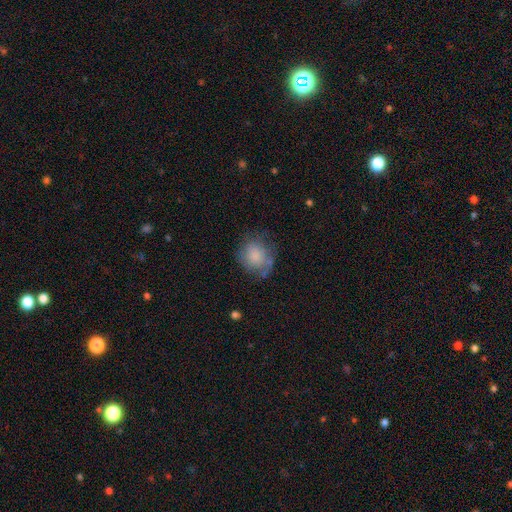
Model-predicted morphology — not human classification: This appears to be a smooth galaxy with no disk features (74%) that is round (76%). Merging: none (54%).